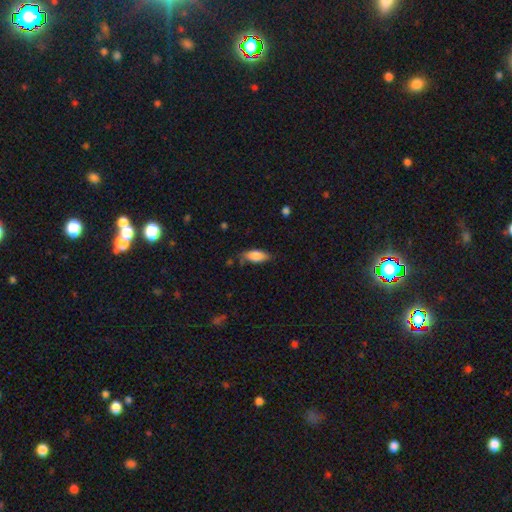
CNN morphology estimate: Smooth or featured? Predicted: smooth (p=0.82). How rounded? Predicted: in between (p=0.83). Merging? Predicted: none (p=0.68).